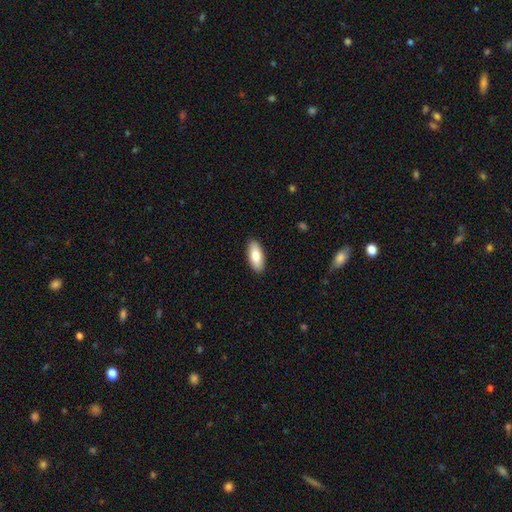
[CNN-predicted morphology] The model was most divided on "smooth or featured": smooth: 82%, featured or disk: 13%, star or artifact: 6%. More confident: merging — none (90%); how rounded — in between (88%).